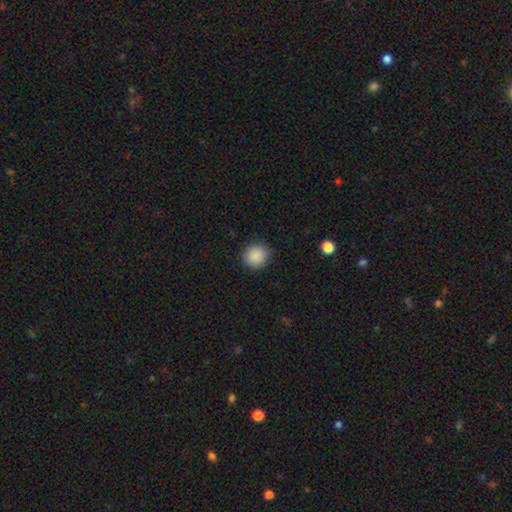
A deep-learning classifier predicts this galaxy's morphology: Smooth or featured?
  - smooth: 89% *
  - star or artifact: 9%
  - featured or disk: 3%
How rounded?
  - round: 90% *
  - in between: 9%
  - cigar-shaped: 1%
Merging?
  - none: 89% *
  - minor disturbance: 7%
  - major disturbance: 2%
  - merger: 1%